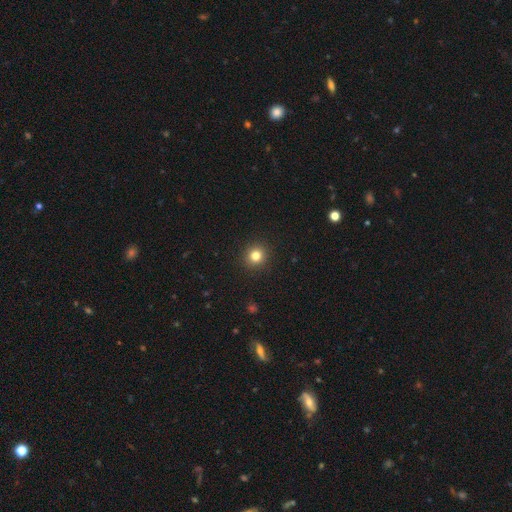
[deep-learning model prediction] This appears to be a smooth galaxy with no disk features (81%) that is round (91%). Merging: none (92%).